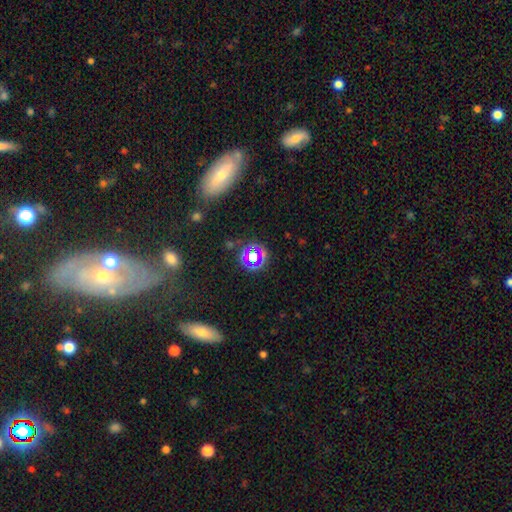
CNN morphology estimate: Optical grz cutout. It shows a star or artifact, not a galaxy (64%).